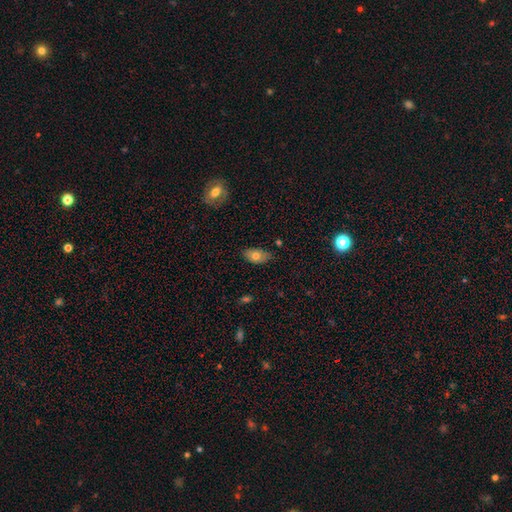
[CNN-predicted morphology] Smooth or featured: smooth — 73% (featured or disk — 19%)
How rounded: in between — 91% (round — 6%)
Merging: none — 72% (minor disturbance — 23%)